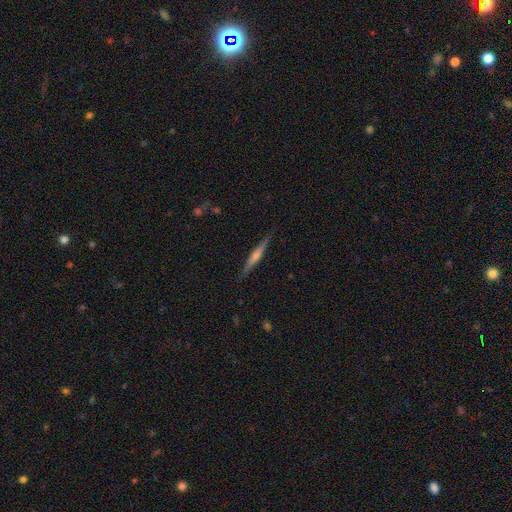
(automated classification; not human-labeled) Smooth or featured: featured or disk — 70% (smooth — 24%)
Edge-on disk: yes — 98% (no — 2%)
Edge-on bulge: rounded — 70% (none — 15%)
Merging: none — 90% (minor disturbance — 7%)